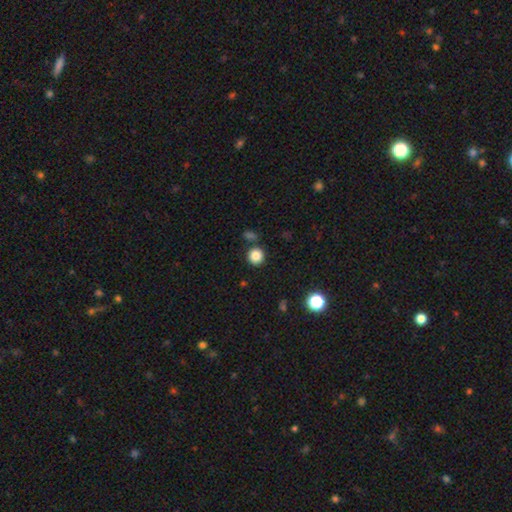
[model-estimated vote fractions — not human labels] Smooth or featured: smooth — 84% (star or artifact — 11%)
How rounded: round — 93% (in between — 6%)
Merging: none — 83% (merger — 7%)